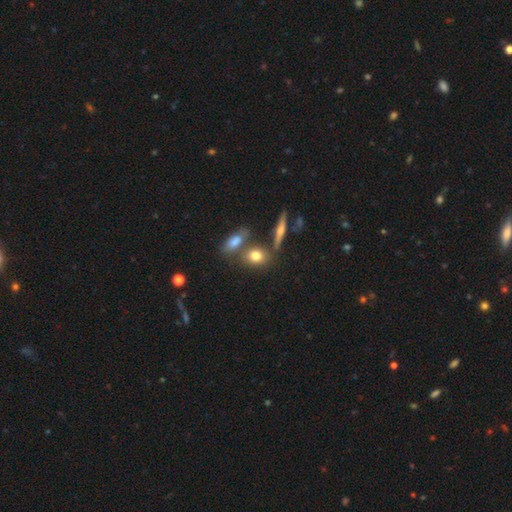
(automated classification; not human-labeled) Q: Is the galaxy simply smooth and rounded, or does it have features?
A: smooth — 74%.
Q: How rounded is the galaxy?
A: in between — 54%.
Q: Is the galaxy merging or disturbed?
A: none — 62%.